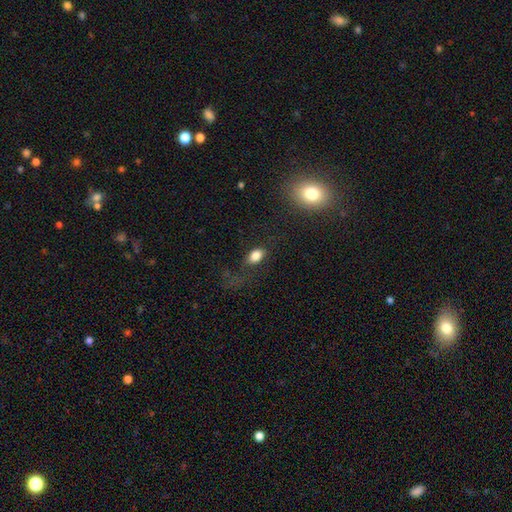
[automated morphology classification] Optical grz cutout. It shows a smooth galaxy with no disk features (81%) that is in between round and cigar-shaped (86%). Merging: none (68%).